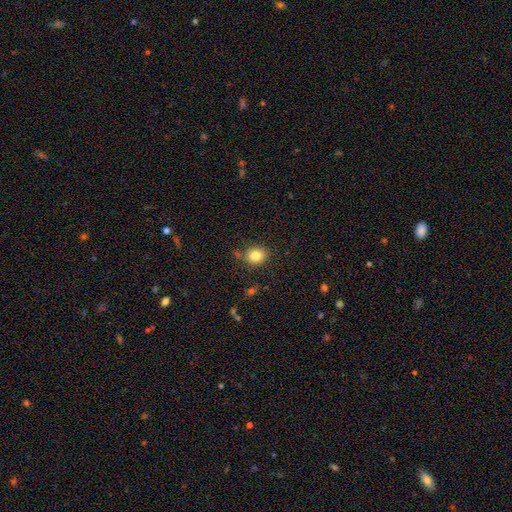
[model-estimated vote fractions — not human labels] Morphology: type=smooth (83%); roundness=round (67%); merging=none (80%).